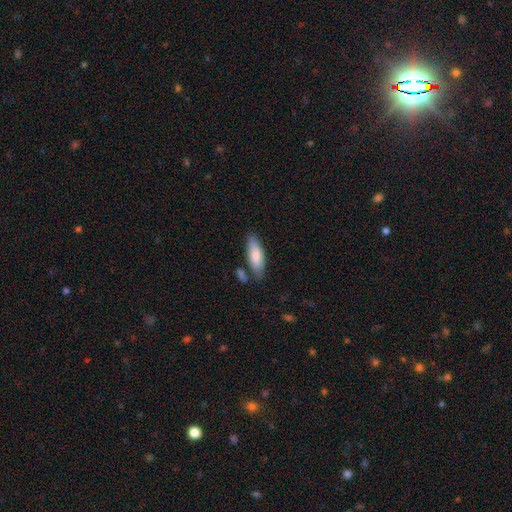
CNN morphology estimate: smooth-or-featured: smooth: 81% | featured or disk: 13% | star or artifact: 5%
  how-rounded: in between: 64% | cigar-shaped: 34% | round: 2%
  merging: none: 72% | minor disturbance: 16% | merger: 8% | major disturbance: 4%